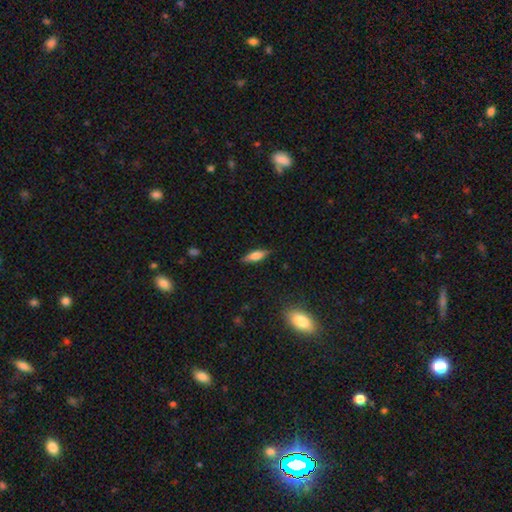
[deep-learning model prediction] Smooth or featured: smooth — 58% (featured or disk — 35%)
How rounded: cigar-shaped — 56% (in between — 41%)
Merging: none — 85% (minor disturbance — 11%)